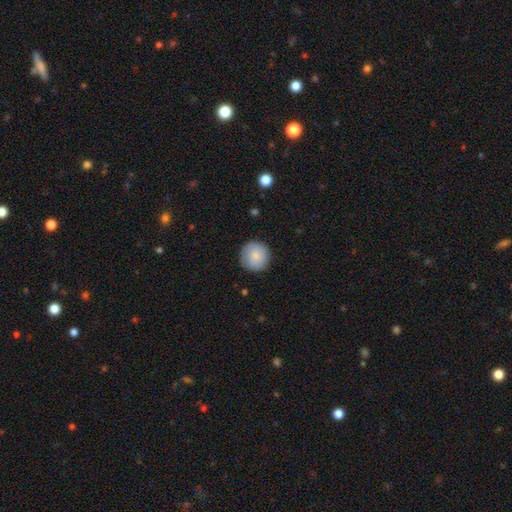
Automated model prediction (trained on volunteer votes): smooth-or-featured: smooth: 84% | featured or disk: 9% | star or artifact: 7%
  how-rounded: round: 95% | in between: 4% | cigar-shaped: 1%
  merging: none: 87% | minor disturbance: 10% | major disturbance: 2% | merger: 1%